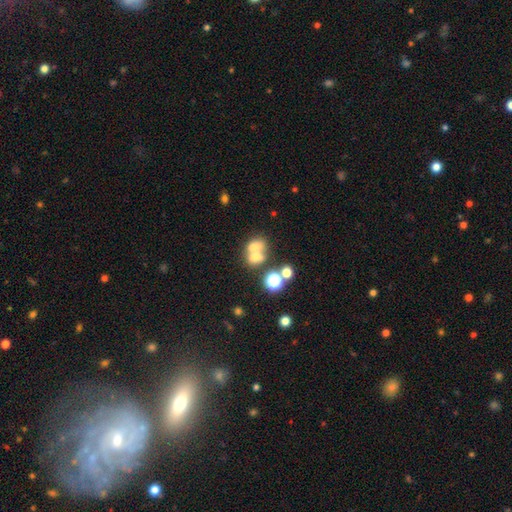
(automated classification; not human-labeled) Smooth or featured?
  - smooth: 59% *
  - featured or disk: 23%
  - star or artifact: 17%
How rounded?
  - in between: 51% *
  - round: 48%
  - cigar-shaped: 1%
Merging?
  - merger: 63% *
  - none: 24%
  - minor disturbance: 7%
  - major disturbance: 6%